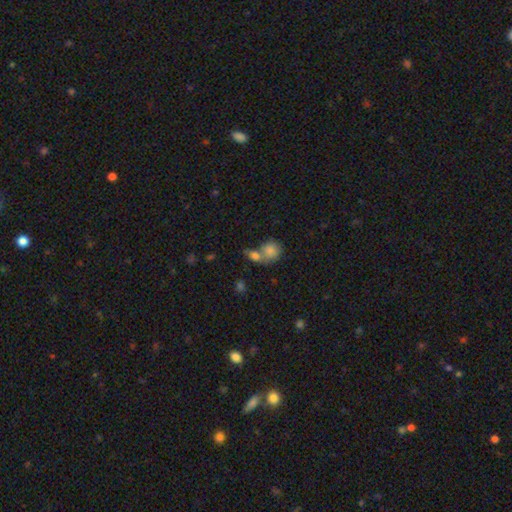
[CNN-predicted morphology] The model was most divided on "how rounded": round: 56%, in between: 41%, cigar-shaped: 3%. More confident: smooth or featured — smooth (79%); merging — merger (53%).